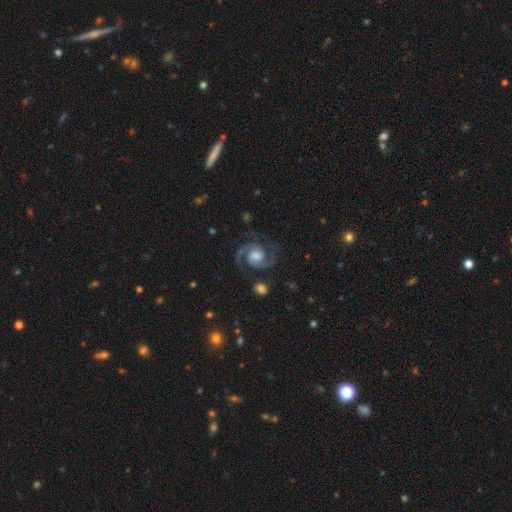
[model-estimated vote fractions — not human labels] A featured or disk galaxy (92%) with no bar (53%), 2 (91%) medium (57%) spiral arms (99%) and a moderate central bulge (48%).

Vote fractions:
- Smooth or featured? featured or disk: 92% / star or artifact: 5% / smooth: 3%
- Edge-on disk? no: 98% / yes: 2%
- Bar? no: 53% / weak: 37% / strong: 10%
- Spiral arms? yes: 99% / no: 1%
- Spiral winding? medium: 57% / tight: 34% / loose: 9%
- Spiral arm count? 2: 91% / 3: 4% / can't tell: 2% / 1: 1% / 4: 1% / more than 4: 1%
- Bulge size? moderate: 48% / large: 22% / small: 20% / none: 9% / dominant: 2%
- Merging? none: 81% / minor disturbance: 12% / major disturbance: 5% / merger: 2%